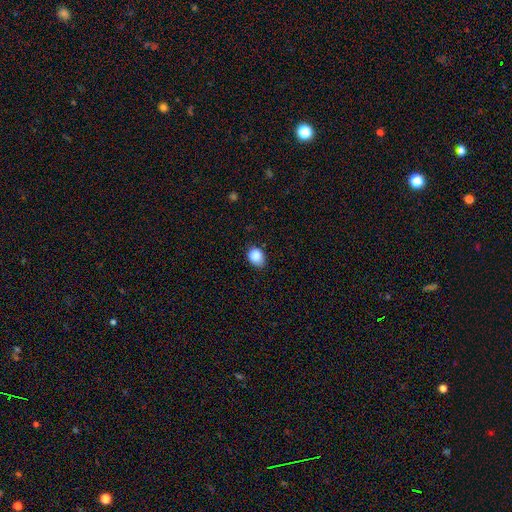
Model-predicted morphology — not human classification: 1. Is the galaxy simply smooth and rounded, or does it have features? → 89% smooth, 8% star or artifact, 3% featured or disk.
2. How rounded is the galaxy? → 58% in between, 41% round, 1% cigar-shaped.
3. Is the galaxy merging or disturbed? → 75% none, 21% minor disturbance, 3% major disturbance, 1% merger.